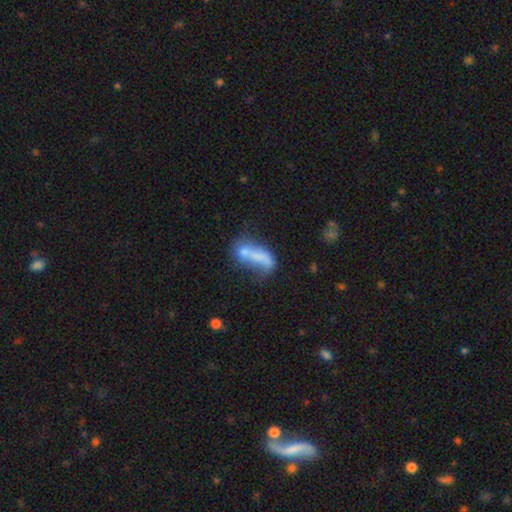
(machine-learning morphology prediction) Smooth or featured? smooth (56%)
How rounded? in between (67%)
Merging? merger (44%)